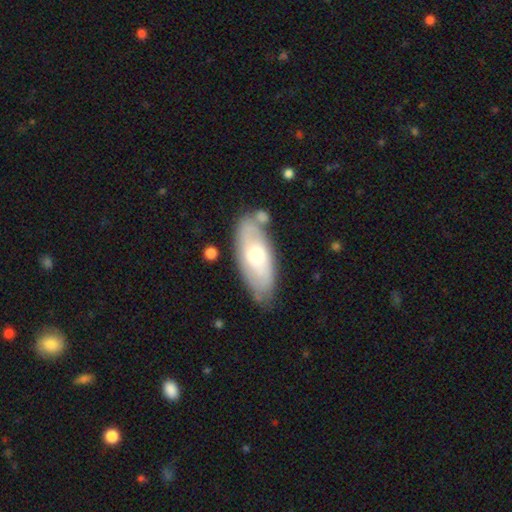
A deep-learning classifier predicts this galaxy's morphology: This appears to be a smooth galaxy with no disk features (50%) that is in between round and cigar-shaped (81%). Merging: none (67%).